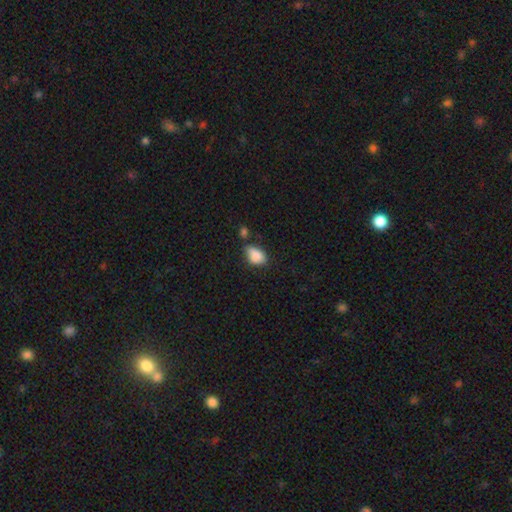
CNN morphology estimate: smooth-or-featured: smooth: 83% | star or artifact: 9% | featured or disk: 8%
  how-rounded: in between: 83% | round: 14% | cigar-shaped: 3%
  merging: none: 41% | minor disturbance: 35% | merger: 14% | major disturbance: 10%